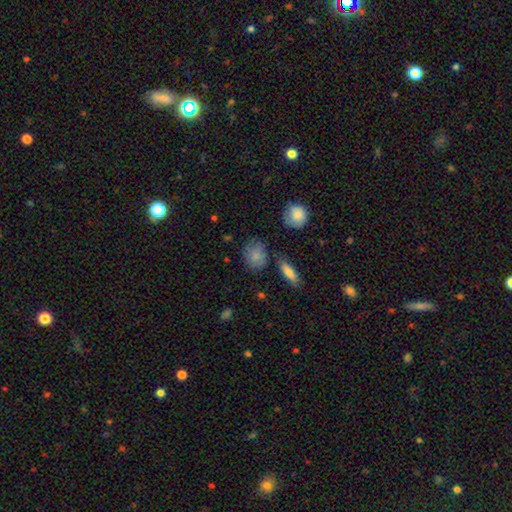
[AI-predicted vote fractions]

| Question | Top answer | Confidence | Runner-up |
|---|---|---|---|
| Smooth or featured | smooth | 77% | featured or disk (14%) |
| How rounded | round | 49% | tied: in between (49%) |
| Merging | none | 69% | minor disturbance (20%) |